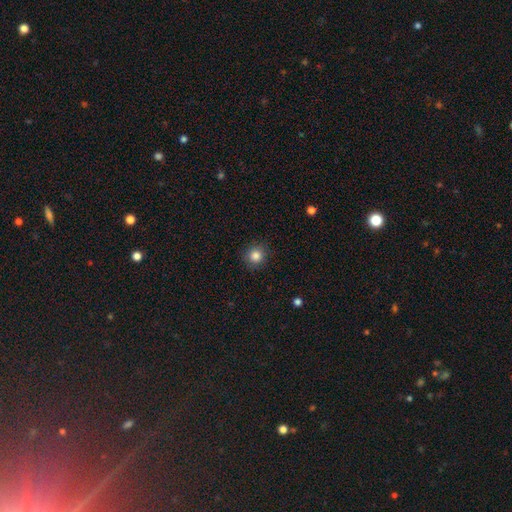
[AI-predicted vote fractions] Smooth or featured? Predicted: smooth (p=0.85). How rounded? Predicted: round (p=0.92). Merging? Predicted: none (p=0.89).